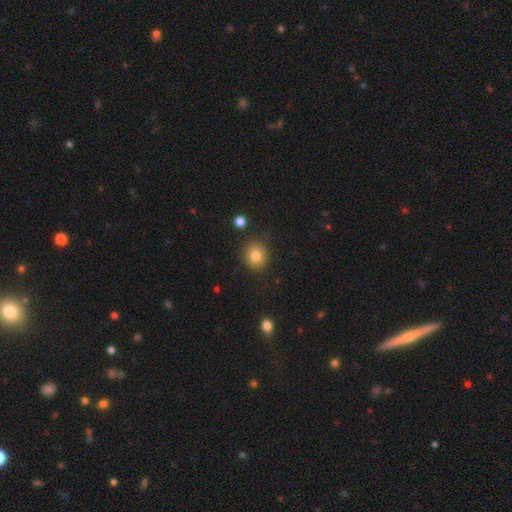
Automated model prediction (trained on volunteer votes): This is clearly a smooth galaxy (82%). How rounded: likely round (78%). Merging: clearly none (86%).